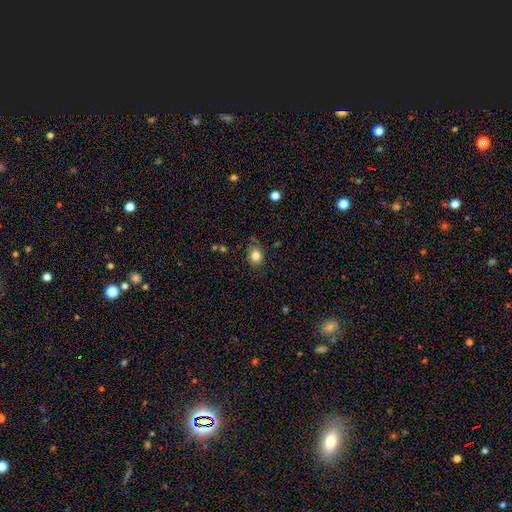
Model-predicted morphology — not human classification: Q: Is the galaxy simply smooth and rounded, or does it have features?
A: smooth — 83%.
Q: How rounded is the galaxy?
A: round — 51%.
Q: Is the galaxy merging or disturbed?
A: none — 75%.